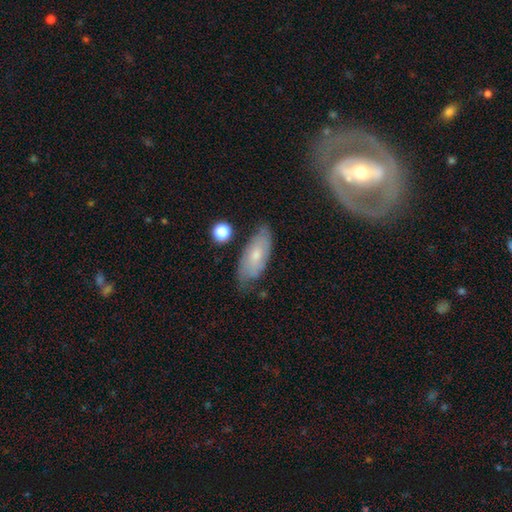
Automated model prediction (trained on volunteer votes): The model was most divided on "smooth or featured": smooth: 56%, featured or disk: 37%, star or artifact: 7%. More confident: how rounded — in between (81%); merging — none (65%).